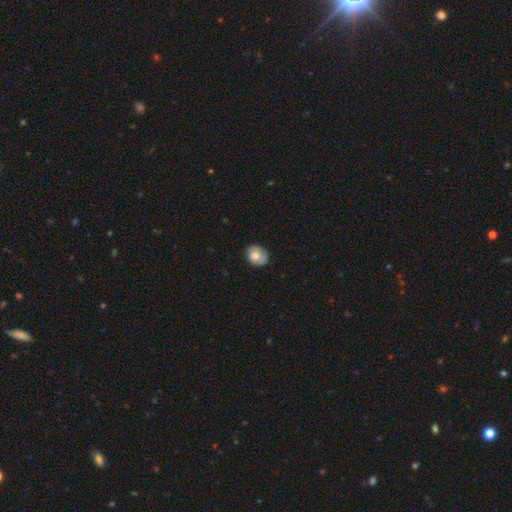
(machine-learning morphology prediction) This is likely a smooth galaxy (66%). How rounded: likely round (75%). Merging: likely none (69%).